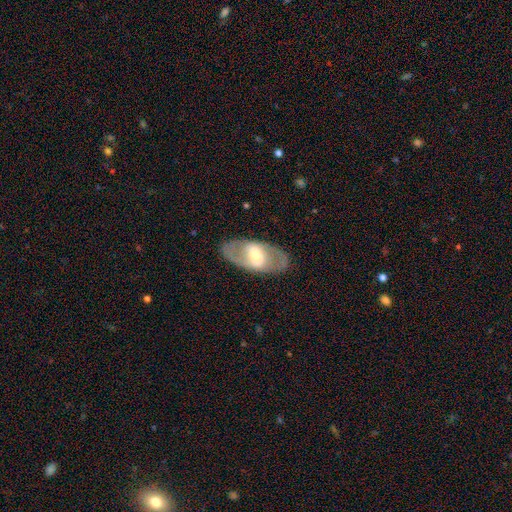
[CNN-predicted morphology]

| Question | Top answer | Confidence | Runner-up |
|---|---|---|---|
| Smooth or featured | featured or disk | 70% | smooth (25%) |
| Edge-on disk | no | 89% | yes (11%) |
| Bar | weak | 40% | tied: strong (40%) |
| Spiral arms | yes | 58% | no (42%) |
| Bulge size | moderate | 57% | small (26%) |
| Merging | none | 83% | minor disturbance (11%) |